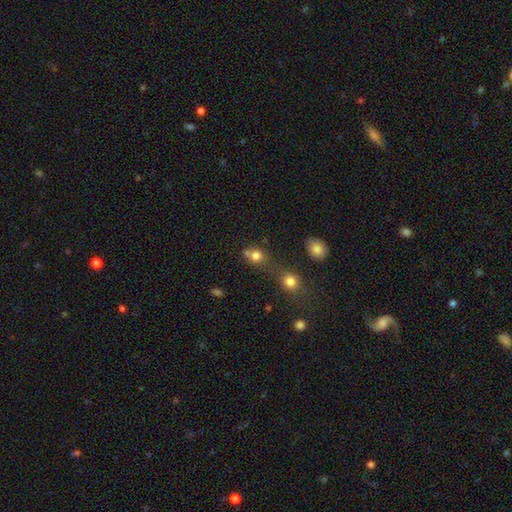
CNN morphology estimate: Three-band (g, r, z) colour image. It shows a smooth galaxy with no disk features (77%) that is round (77%). Merging: none (45%).